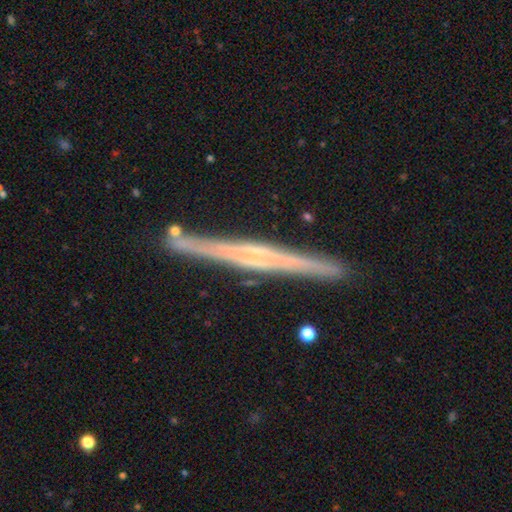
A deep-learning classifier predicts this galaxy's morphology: Smooth or featured? featured or disk (77%)
Edge-on disk? yes (98%)
Edge-on bulge? none (45%)
Merging? none (89%)